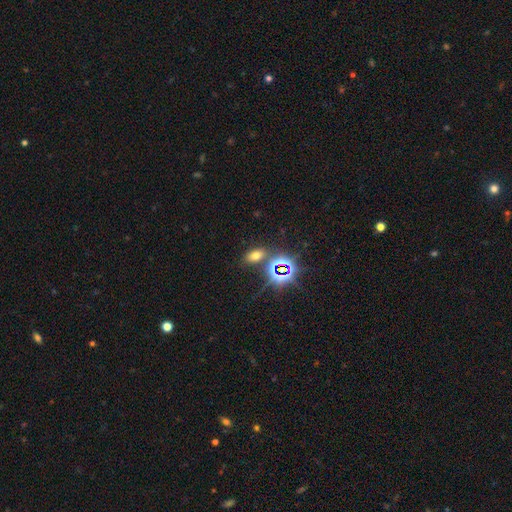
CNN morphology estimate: Smooth or featured?
  - smooth: 53% *
  - star or artifact: 37%
  - featured or disk: 11%
How rounded?
  - in between: 84% *
  - round: 12%
  - cigar-shaped: 4%
Merging?
  - none: 78% *
  - minor disturbance: 10%
  - merger: 8%
  - major disturbance: 4%